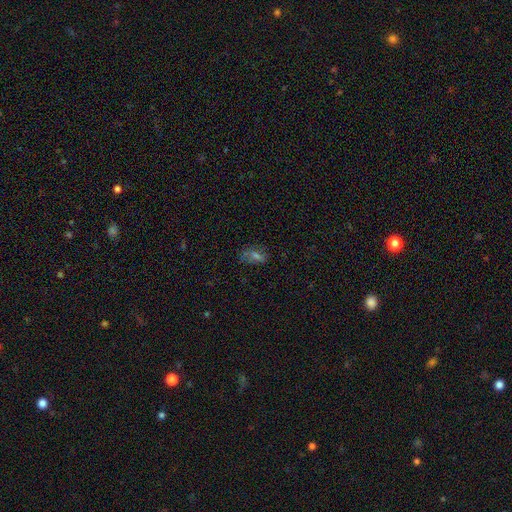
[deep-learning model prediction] smooth_or_featured: smooth (p=0.39) [alt: featured or disk p=0.34]
merging: none (p=0.65) [alt: minor disturbance p=0.21]